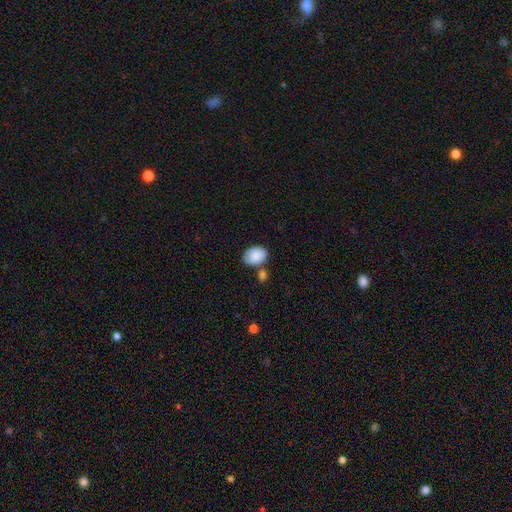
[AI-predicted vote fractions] A smooth galaxy with no disk features (87%) that is in between round and cigar-shaped (79%).

Vote fractions:
- Smooth or featured? smooth: 87% / featured or disk: 6% / star or artifact: 6%
- How rounded? in between: 79% / round: 20% / cigar-shaped: 1%
- Merging? none: 62% / minor disturbance: 17% / merger: 16% / major disturbance: 5%